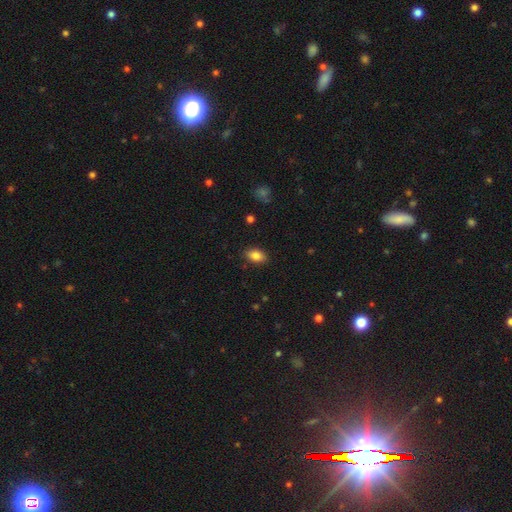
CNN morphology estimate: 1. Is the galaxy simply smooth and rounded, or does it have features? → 83% smooth, 9% featured or disk, 8% star or artifact.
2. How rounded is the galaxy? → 89% in between, 8% round, 4% cigar-shaped.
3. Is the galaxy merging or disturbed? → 86% none, 11% minor disturbance, 2% major disturbance, 1% merger.